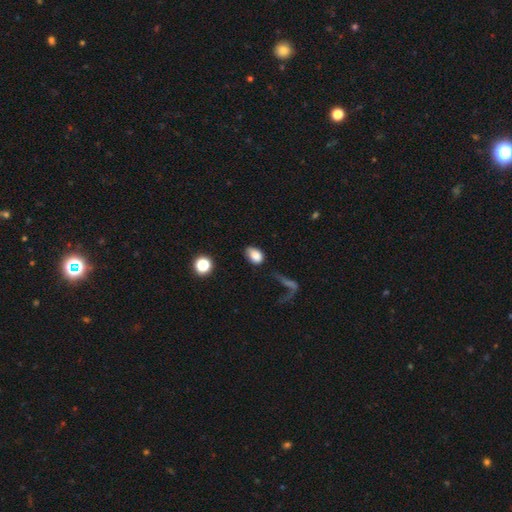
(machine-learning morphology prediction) This appears to be a smooth galaxy with no disk features (84%) that is in between round and cigar-shaped (87%). Merging: none (67%).